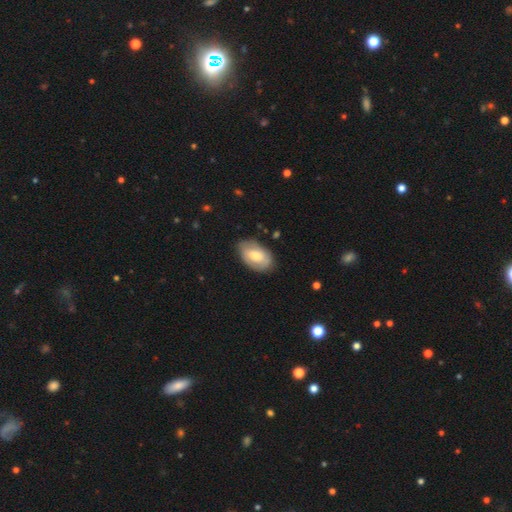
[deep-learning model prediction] Overall: smooth (61%; featured or disk 33%). How rounded: in between (91%). Merging: none (76%).